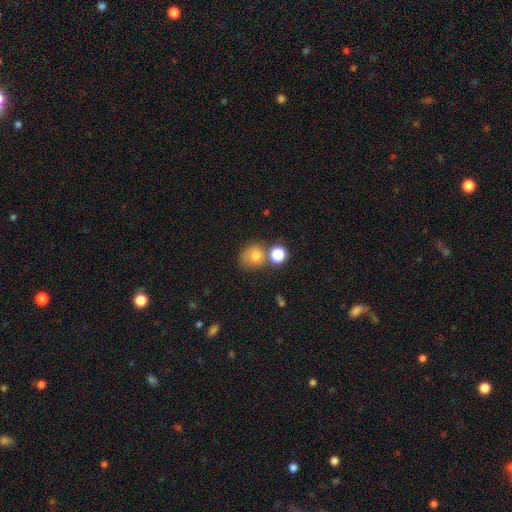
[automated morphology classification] A smooth galaxy with no disk features (75%) that is round (74%).

Vote fractions:
- Smooth or featured? smooth: 75% / star or artifact: 13% / featured or disk: 11%
- How rounded? round: 74% / in between: 25% / cigar-shaped: 1%
- Merging? none: 53% / merger: 26% / minor disturbance: 15% / major disturbance: 7%